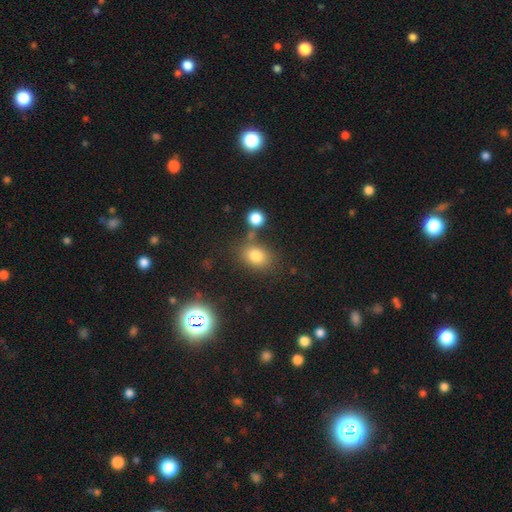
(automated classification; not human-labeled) This is likely a smooth galaxy (78%). How rounded: likely in between (63%). Merging: likely none (70%).